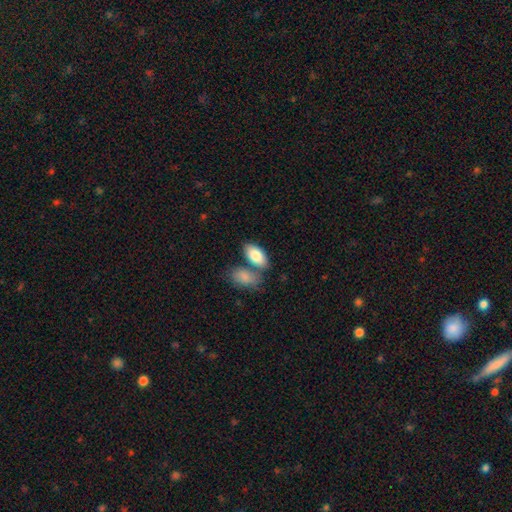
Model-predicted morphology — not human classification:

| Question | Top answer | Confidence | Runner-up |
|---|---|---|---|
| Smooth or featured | smooth | 85% | featured or disk (9%) |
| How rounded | in between | 94% | round (3%) |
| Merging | none | 53% | merger (31%) |